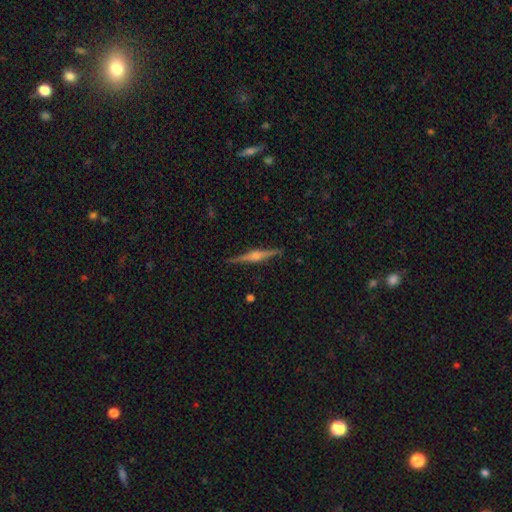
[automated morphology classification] Overall: featured or disk (80%). Edge-on disk: yes (98%). Edge-on bulge: rounded (82%). Merging: none (91%).